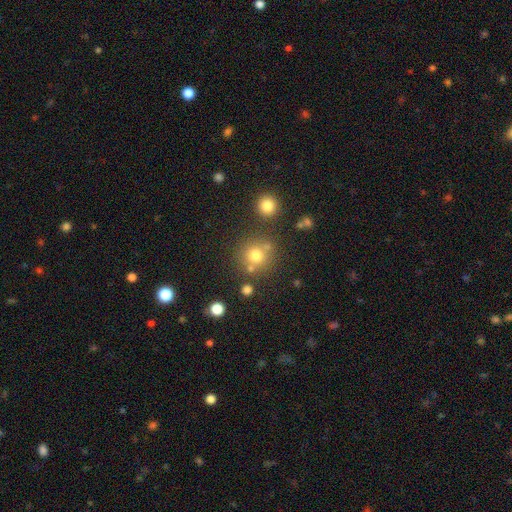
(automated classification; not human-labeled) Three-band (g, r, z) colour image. It shows a smooth galaxy with no disk features (73%) that is round (91%). Merging: none (73%).